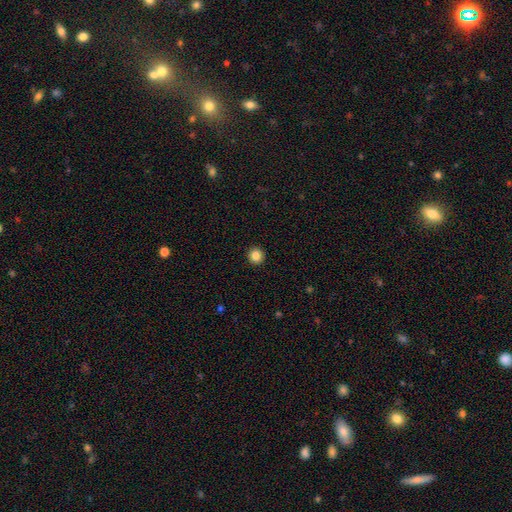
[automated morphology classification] Smooth or featured?
  - smooth: 85% *
  - star or artifact: 10%
  - featured or disk: 5%
How rounded?
  - round: 94% *
  - in between: 5%
  - cigar-shaped: 1%
Merging?
  - none: 93% *
  - minor disturbance: 4%
  - major disturbance: 1%
  - merger: 1%